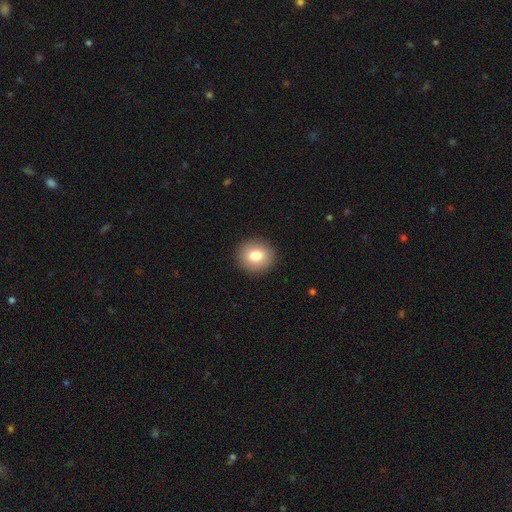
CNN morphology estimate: This is likely a smooth galaxy (79%). How rounded: clearly round (81%). Merging: clearly none (91%).